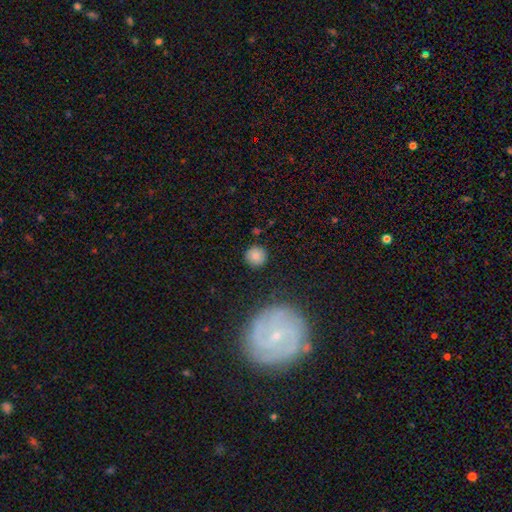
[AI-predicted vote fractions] Smooth or featured?
  - smooth: 81% *
  - star or artifact: 11%
  - featured or disk: 8%
How rounded?
  - round: 94% *
  - in between: 5%
  - cigar-shaped: 1%
Merging?
  - none: 89% *
  - minor disturbance: 7%
  - major disturbance: 2%
  - merger: 2%